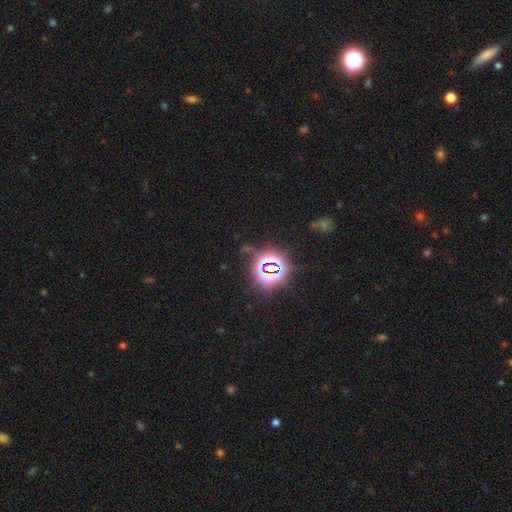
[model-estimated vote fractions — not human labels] Smooth or featured? Predicted: star or artifact (p=0.80).